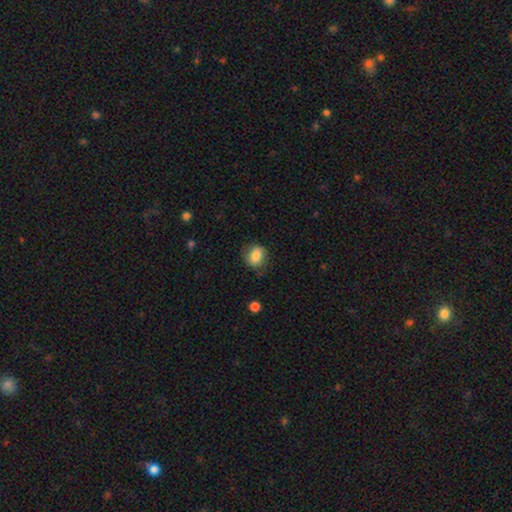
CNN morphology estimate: Smooth or featured? smooth (80%)
How rounded? round (50%)
Merging? none (69%)